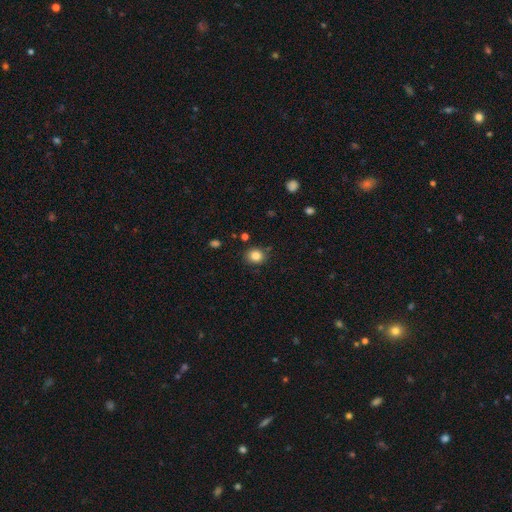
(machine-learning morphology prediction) Smooth or featured?
  - smooth: 85% *
  - star or artifact: 11%
  - featured or disk: 5%
How rounded?
  - round: 79% *
  - in between: 20%
  - cigar-shaped: 1%
Merging?
  - none: 84% *
  - minor disturbance: 10%
  - major disturbance: 3%
  - merger: 3%